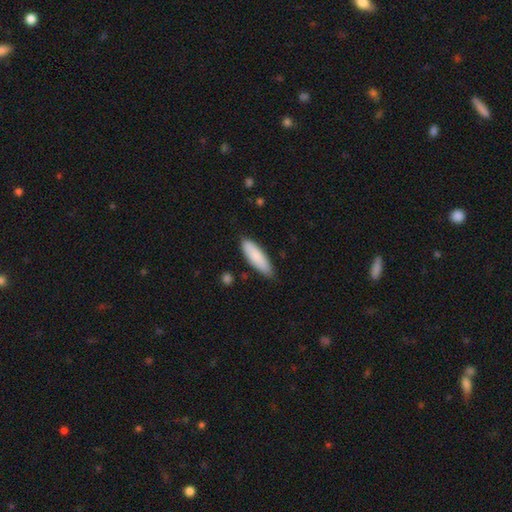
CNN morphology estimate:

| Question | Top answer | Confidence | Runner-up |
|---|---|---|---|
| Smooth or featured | smooth | 85% | featured or disk (9%) |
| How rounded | cigar-shaped | 51% | in between (48%) |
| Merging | none | 79% | minor disturbance (17%) |